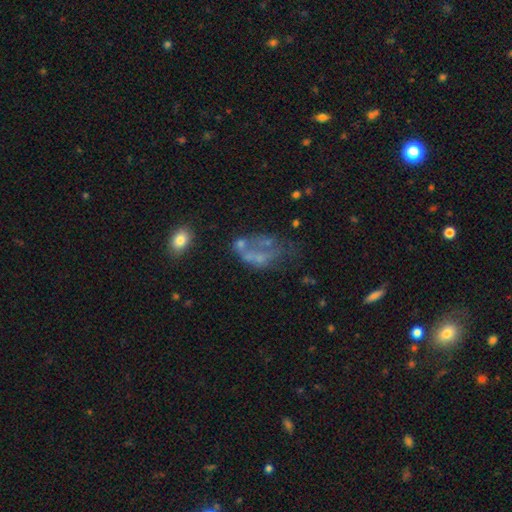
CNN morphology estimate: Smooth or featured? Predicted: featured or disk (p=0.51). Edge-on disk? Predicted: no (p=0.97). Merging? Predicted: major disturbance (p=0.34).